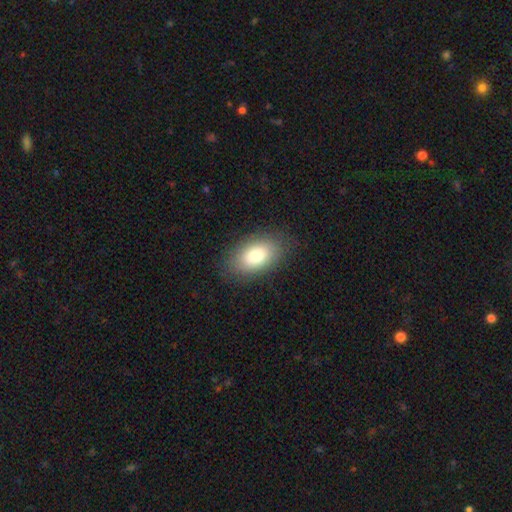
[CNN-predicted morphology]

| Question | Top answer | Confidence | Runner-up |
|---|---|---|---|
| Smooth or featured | smooth | 82% | featured or disk (11%) |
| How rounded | in between | 93% | round (6%) |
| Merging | none | 85% | minor disturbance (10%) |